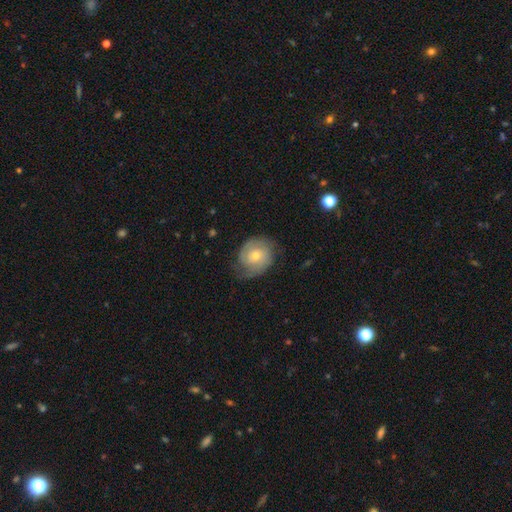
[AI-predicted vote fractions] Overall: featured or disk (66%; smooth 28%). Edge-on disk: no (97%). Bar: no (70%). Spiral arms: yes (89%). Spiral arm count: 2 (67%). Spiral winding: tight (53%; medium 35%). Bulge size: small (49%; moderate 47%). Merging: none (67%).